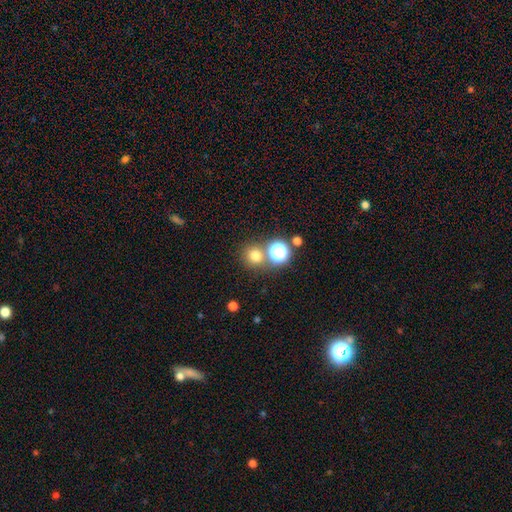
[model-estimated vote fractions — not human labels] Smooth or featured? Predicted: smooth (p=0.72). How rounded? Predicted: round (p=0.90). Merging? Predicted: none (p=0.72).